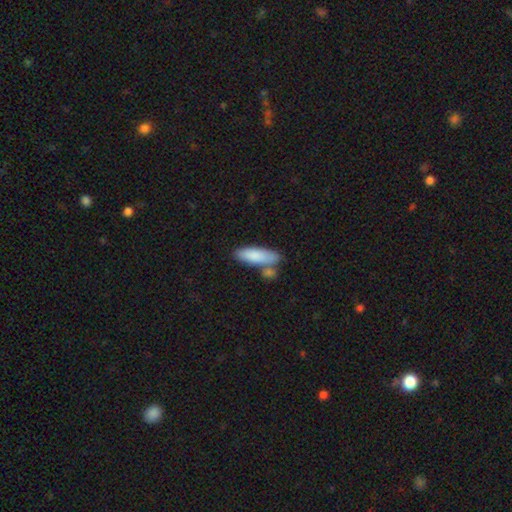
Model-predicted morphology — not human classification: type=smooth (85%); roundness=in between (54%); merging=none (59%).